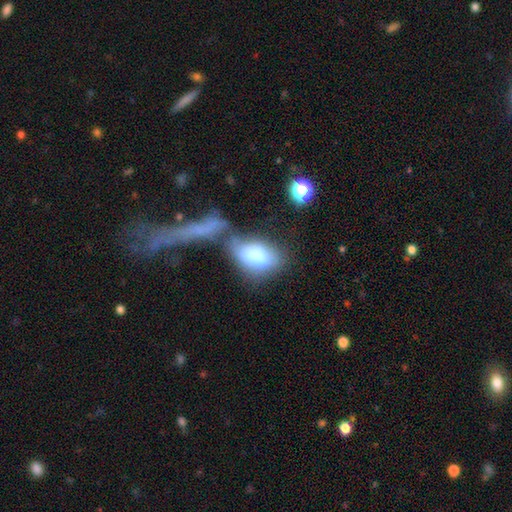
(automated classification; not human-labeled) smooth 73%, featured or disk 19%, star or artifact 8%. Down the decision tree: how rounded — in between (87%); merging — merger (41%).